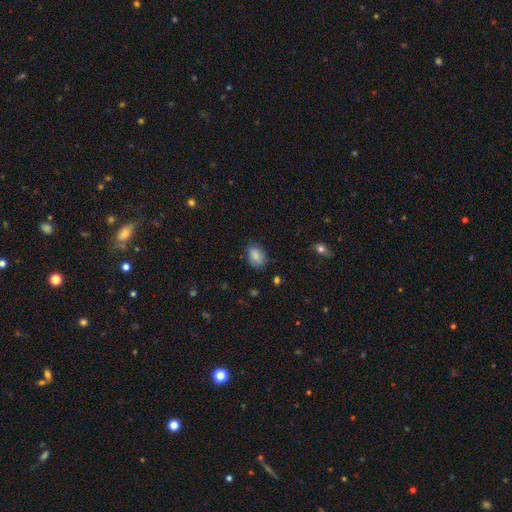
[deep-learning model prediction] A smooth galaxy with no disk features (85%) that is in between round and cigar-shaped (84%). Merging: none (78%).